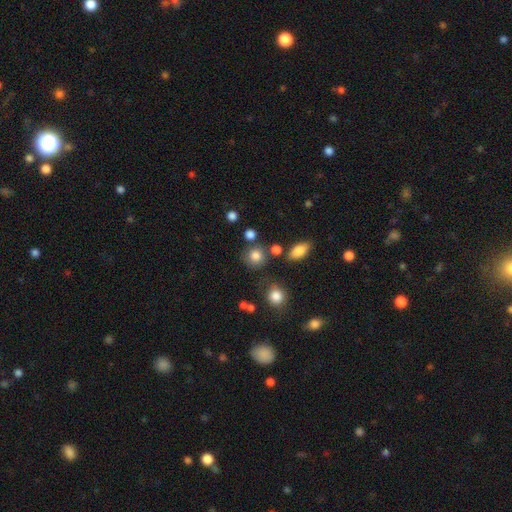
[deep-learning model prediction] Smooth or featured?
  - smooth: 81% *
  - star or artifact: 11%
  - featured or disk: 8%
How rounded?
  - round: 85% *
  - in between: 14%
  - cigar-shaped: 1%
Merging?
  - none: 71% *
  - minor disturbance: 14%
  - merger: 10%
  - major disturbance: 5%